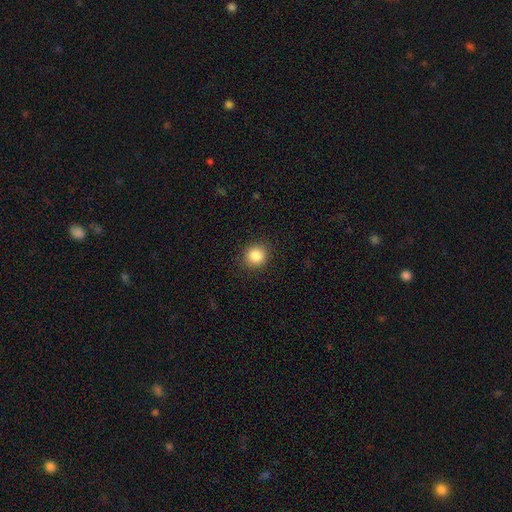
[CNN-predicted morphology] smooth_or_featured: smooth (p=0.85) [alt: star or artifact p=0.10]
how_rounded: round (p=0.85) [alt: in between p=0.14]
merging: none (p=0.90) [alt: minor disturbance p=0.07]